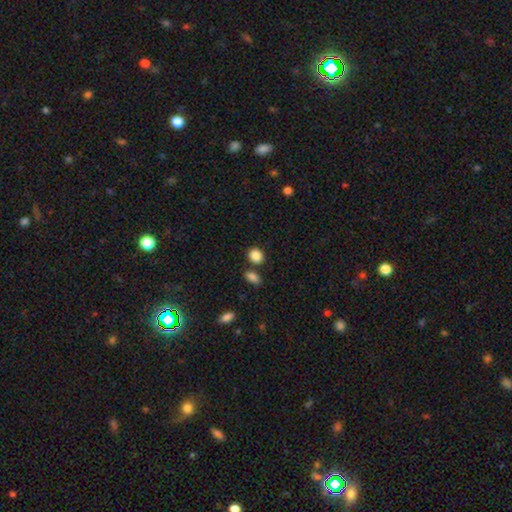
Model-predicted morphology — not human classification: type=smooth (87%); roundness=round (59%); merging=none (73%).